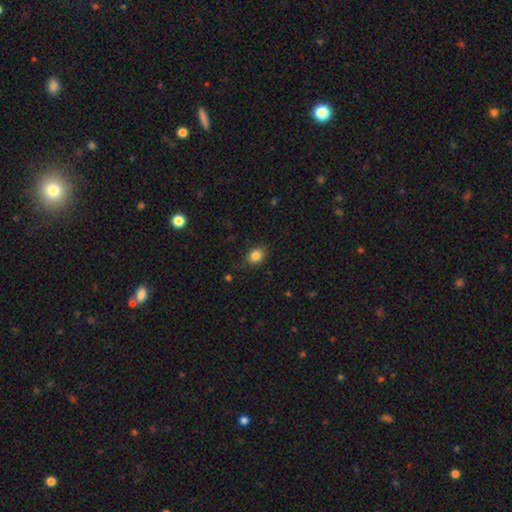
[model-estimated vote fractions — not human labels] smooth-or-featured: smooth: 84% | star or artifact: 10% | featured or disk: 6%
  how-rounded: in between: 64% | round: 35% | cigar-shaped: 1%
  merging: none: 80% | minor disturbance: 15% | major disturbance: 4% | merger: 1%